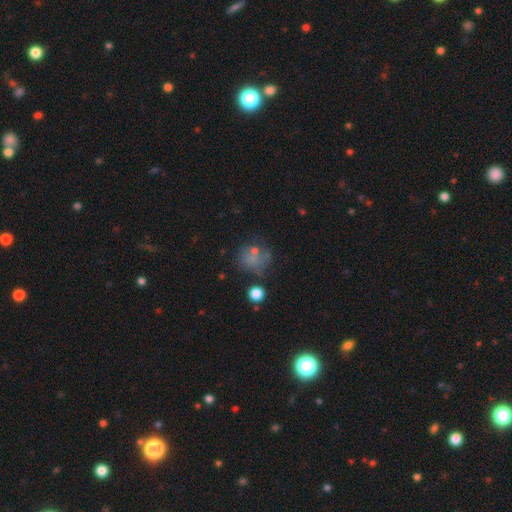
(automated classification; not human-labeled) smooth-or-featured: smooth: 56% | star or artifact: 25% | featured or disk: 19%
  how-rounded: round: 79% | in between: 19% | cigar-shaped: 1%
  merging: none: 57% | minor disturbance: 19% | major disturbance: 14% | merger: 11%